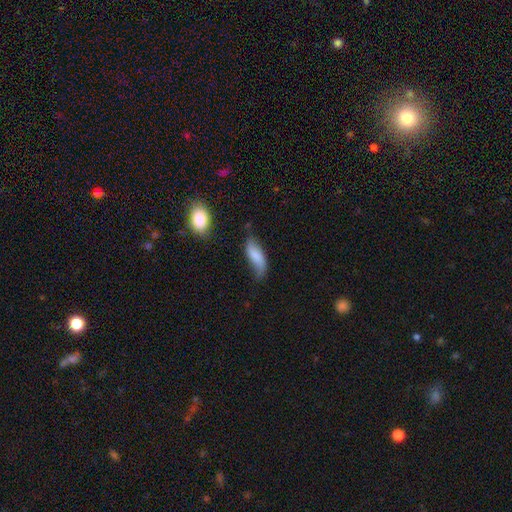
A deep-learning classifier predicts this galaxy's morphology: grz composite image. It shows a smooth galaxy with no disk features (69%) that is in between round and cigar-shaped (71%). Merging: none (49%).